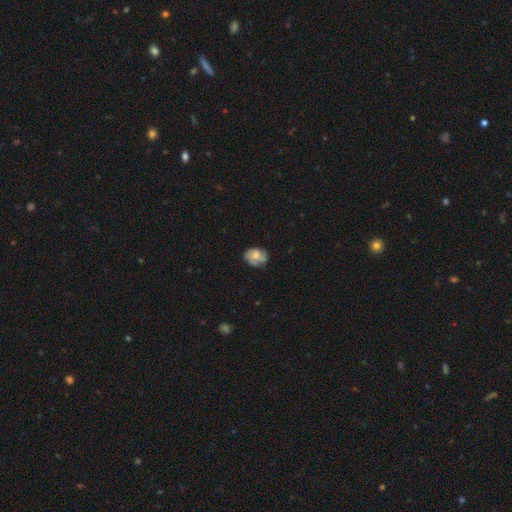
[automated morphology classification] A smooth galaxy with no disk features (60%) that is in between round and cigar-shaped (59%).

Vote fractions:
- Smooth or featured? smooth: 60% / featured or disk: 32% / star or artifact: 8%
- How rounded? in between: 59% / round: 40% / cigar-shaped: 1%
- Merging? none: 65% / minor disturbance: 25% / major disturbance: 8% / merger: 2%